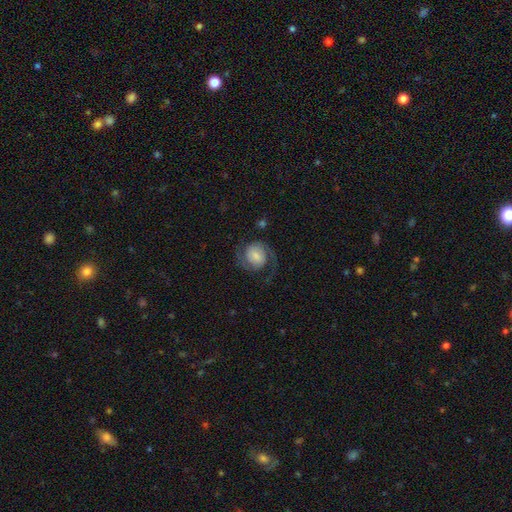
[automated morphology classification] The model was most divided on "bar": no: 51%, weak: 38%, strong: 12%. Remaining: edge-on disk — no (98%); spiral arms — yes (95%); spiral arm count — 2 (91%); smooth or featured — featured or disk (76%); merging — none (72%); spiral winding — medium (48%); bulge size — small (38%).